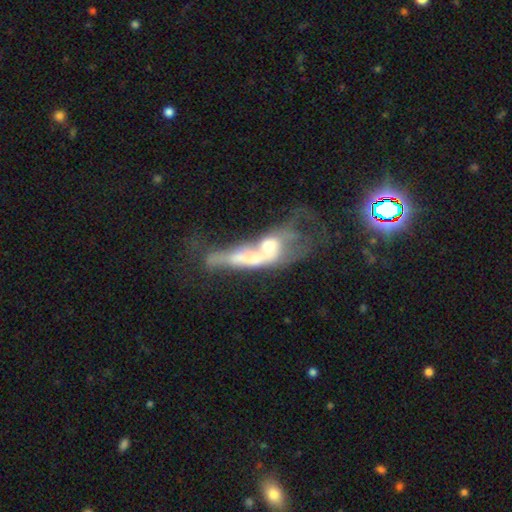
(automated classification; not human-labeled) This appears to be a featured or disk galaxy (59%). Merging: merger (57%).